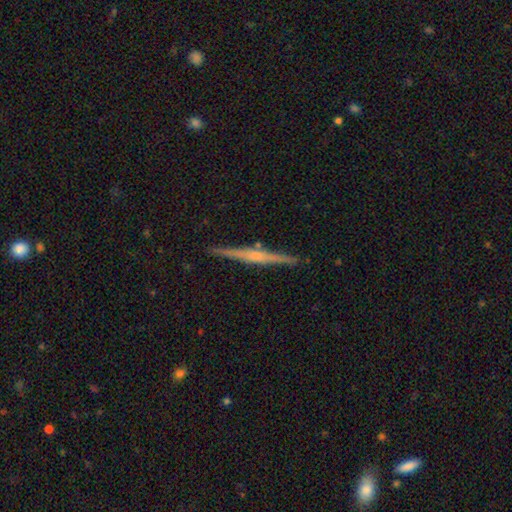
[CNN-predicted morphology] The model was most divided on "edge-on bulge": rounded: 62%, none: 25%, boxy: 14%. More confident: edge-on disk — yes (98%); merging — none (91%); smooth or featured — featured or disk (77%).